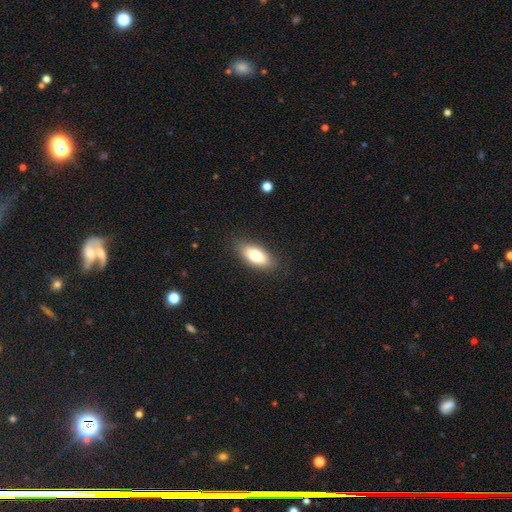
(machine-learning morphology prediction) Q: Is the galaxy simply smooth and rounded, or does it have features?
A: smooth — 76%.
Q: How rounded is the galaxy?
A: in between — 83%.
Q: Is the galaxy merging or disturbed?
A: none — 86%.